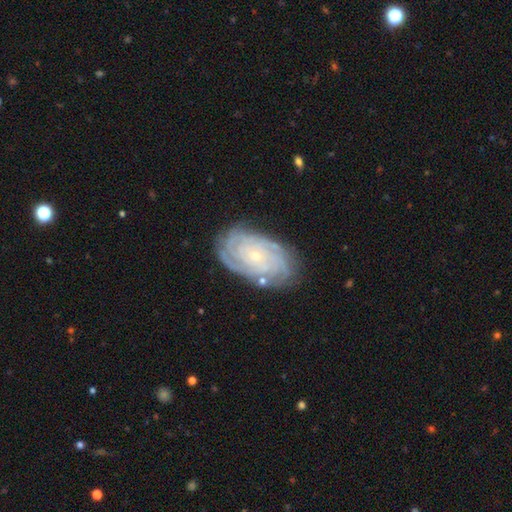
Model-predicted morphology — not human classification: Smooth or featured? featured or disk (83%)
Edge-on disk? no (96%)
Bar? no (80%)
Spiral arms? yes (95%)
Spiral winding? tight (81%)
Spiral arm count? can't tell (33%)
Bulge size? small (83%)
Merging? none (77%)